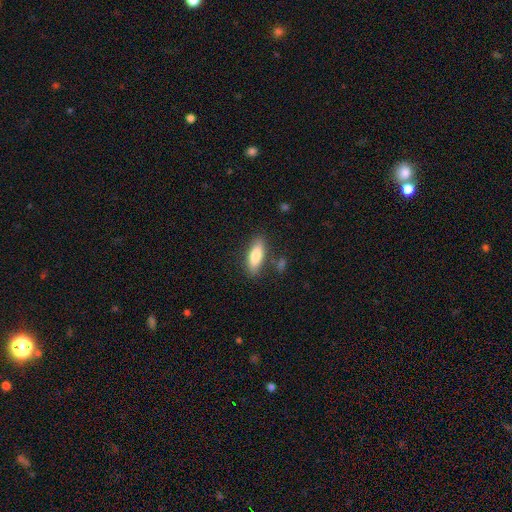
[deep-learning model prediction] Smooth or featured? smooth (80%)
How rounded? in between (63%)
Merging? none (81%)